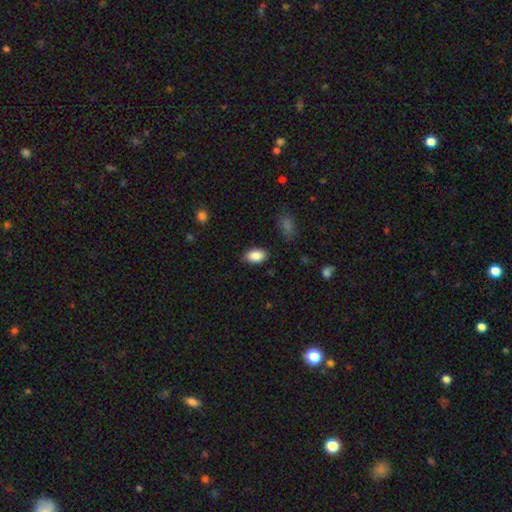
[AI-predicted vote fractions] Overall: smooth (88%). How rounded: in between (91%). Merging: none (85%).